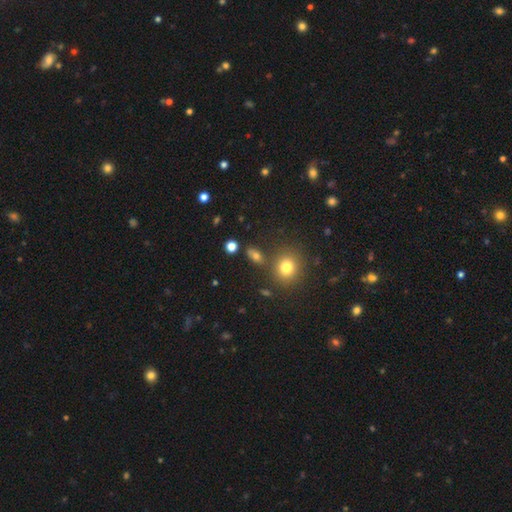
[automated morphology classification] smooth-or-featured: smooth: 69% | star or artifact: 20% | featured or disk: 12%
  how-rounded: in between: 60% | round: 32% | cigar-shaped: 8%
  merging: none: 76% | minor disturbance: 11% | merger: 8% | major disturbance: 4%